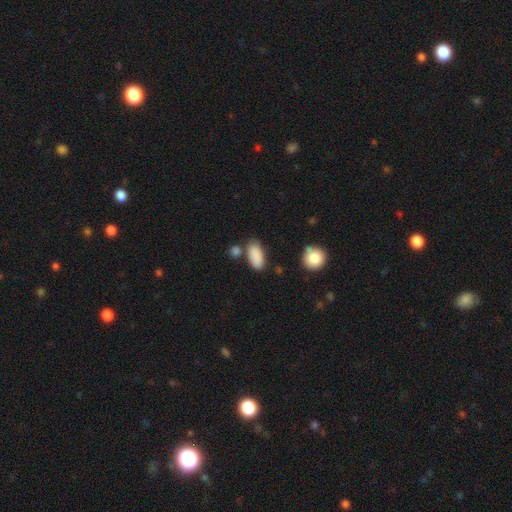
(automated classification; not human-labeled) Smooth or featured? Predicted: smooth (p=0.88). How rounded? Predicted: in between (p=0.90). Merging? Predicted: none (p=0.67).